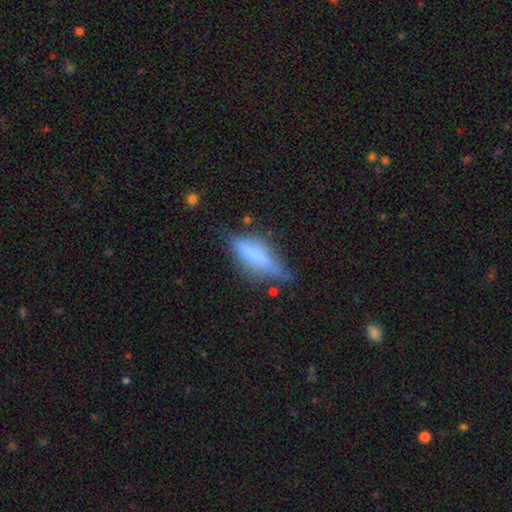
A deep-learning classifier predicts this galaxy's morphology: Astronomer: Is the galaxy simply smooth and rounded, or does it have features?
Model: smooth — 46% (runner-up: featured or disk, 44%).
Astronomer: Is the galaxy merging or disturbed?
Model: none — 54%.